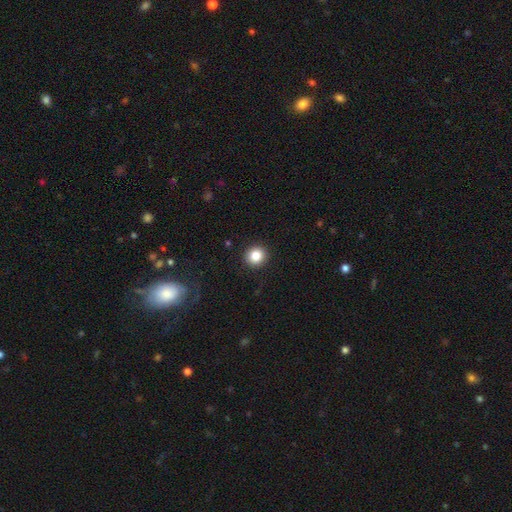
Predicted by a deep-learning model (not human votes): This is clearly a smooth galaxy (84%). How rounded: clearly round (91%). Merging: clearly none (92%).